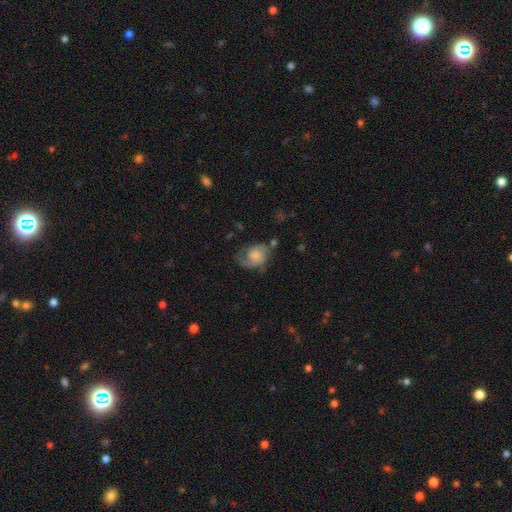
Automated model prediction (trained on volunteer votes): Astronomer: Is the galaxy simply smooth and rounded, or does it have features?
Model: featured or disk — 54% (runner-up: smooth, 38%).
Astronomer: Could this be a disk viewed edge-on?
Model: no — 97%.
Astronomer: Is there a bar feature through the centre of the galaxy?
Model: no — 75%.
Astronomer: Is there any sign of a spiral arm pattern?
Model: yes — 86%.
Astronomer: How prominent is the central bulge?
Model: small — 31% (runner-up: moderate, 30%).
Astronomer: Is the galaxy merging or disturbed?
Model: none — 49% (runner-up: minor disturbance, 27%).